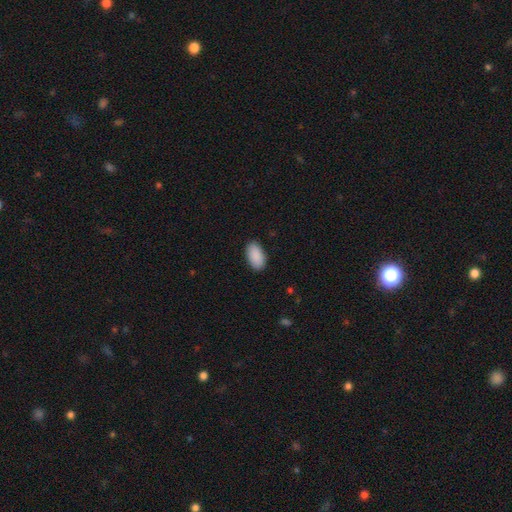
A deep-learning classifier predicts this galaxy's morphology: smooth-or-featured: smooth: 91% | star or artifact: 6% | featured or disk: 3%
  how-rounded: in between: 95% | round: 3% | cigar-shaped: 2%
  merging: none: 88% | minor disturbance: 9% | major disturbance: 2% | merger: 1%